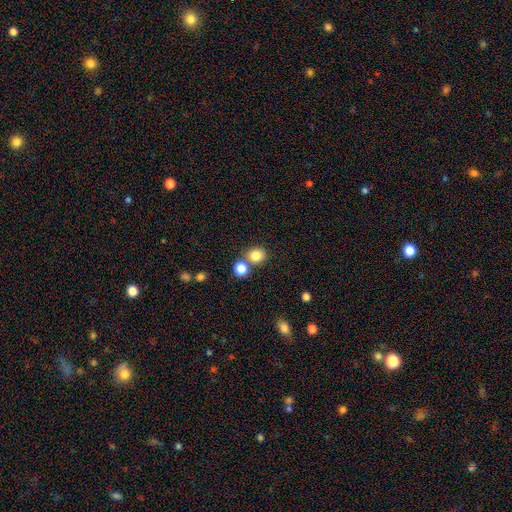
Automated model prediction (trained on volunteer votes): A smooth galaxy with no disk features (84%) that is round (81%). Merging: none (65%).